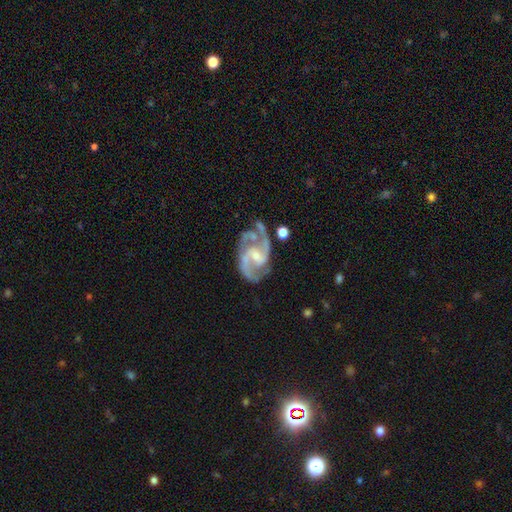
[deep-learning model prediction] Q: Smooth or featured?
A: featured or disk (92%); runner-up: star or artifact (5%)
Q: Edge-on disk?
A: no (98%); runner-up: yes (2%)
Q: Bar?
A: weak (47%); runner-up: no (33%)
Q: Spiral arms?
A: yes (98%); runner-up: no (2%)
Q: Spiral winding?
A: medium (60%); runner-up: tight (26%)
Q: Spiral arm count?
A: 2 (60%); runner-up: 3 (24%)
Q: Bulge size?
A: small (62%); runner-up: moderate (31%)
Q: Merging?
A: none (63%); runner-up: minor disturbance (21%)